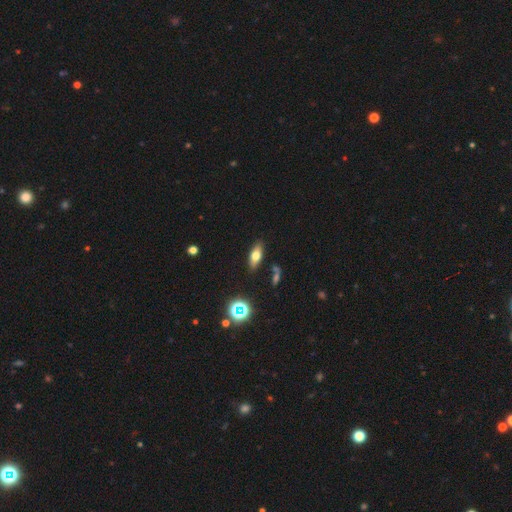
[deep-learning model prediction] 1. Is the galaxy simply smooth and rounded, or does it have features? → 64% smooth, 23% featured or disk, 12% star or artifact.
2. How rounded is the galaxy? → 75% in between, 20% cigar-shaped, 5% round.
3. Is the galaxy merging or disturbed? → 82% none, 11% minor disturbance, 4% merger, 3% major disturbance.